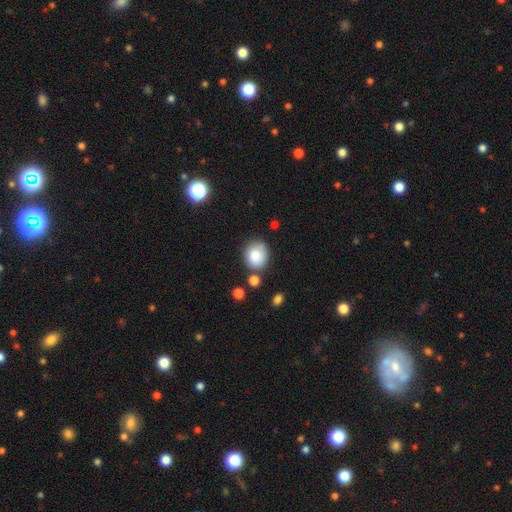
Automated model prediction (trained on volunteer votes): This appears to be a smooth galaxy with no disk features (82%) that is round (75%). Merging: none (72%).